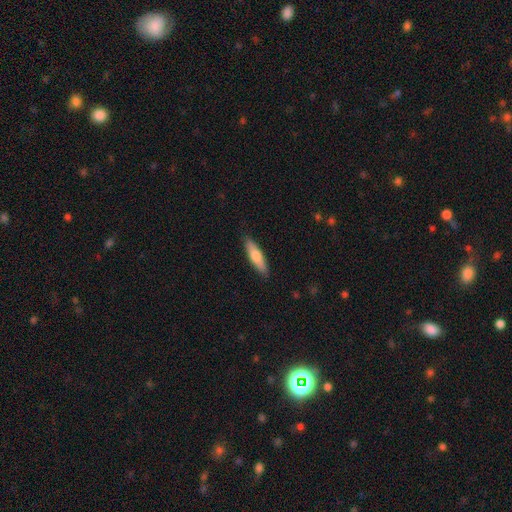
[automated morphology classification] smooth_or_featured: smooth (p=0.68) [alt: featured or disk p=0.27]
how_rounded: cigar-shaped (p=0.68) [alt: in between p=0.30]
merging: none (p=0.89) [alt: minor disturbance p=0.08]